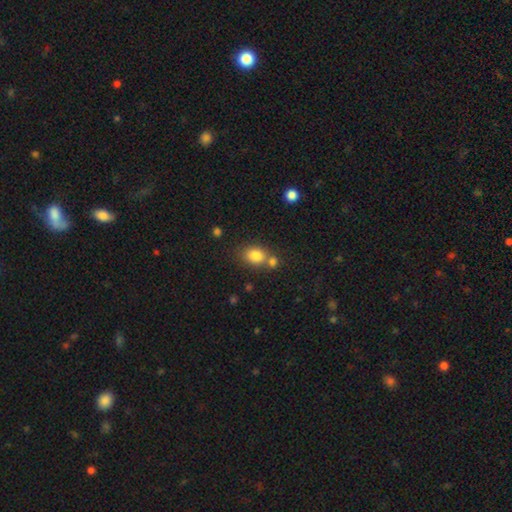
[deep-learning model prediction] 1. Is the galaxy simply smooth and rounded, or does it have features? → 82% smooth, 10% star or artifact, 7% featured or disk.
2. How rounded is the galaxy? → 55% in between, 43% round, 1% cigar-shaped.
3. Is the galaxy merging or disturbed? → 53% none, 31% merger, 11% minor disturbance, 4% major disturbance.